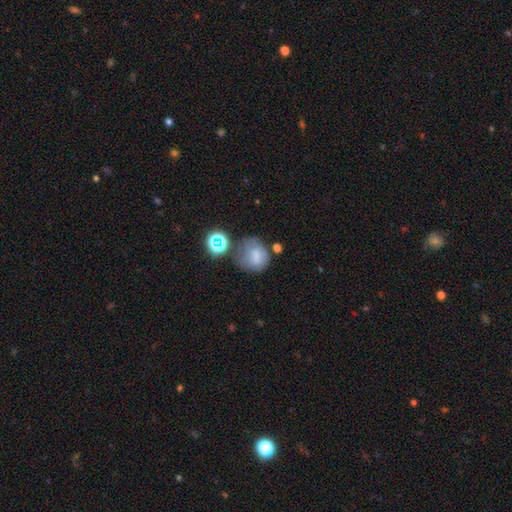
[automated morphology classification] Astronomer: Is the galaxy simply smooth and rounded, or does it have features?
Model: smooth — 64%.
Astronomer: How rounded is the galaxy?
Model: round — 72%.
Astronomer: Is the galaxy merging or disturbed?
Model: none — 48% (runner-up: minor disturbance, 25%).